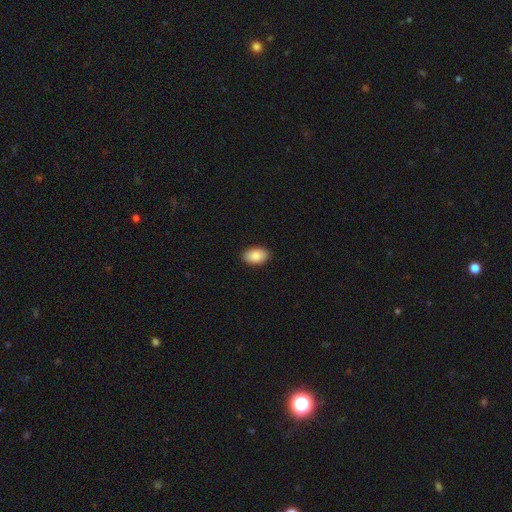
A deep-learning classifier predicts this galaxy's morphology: Smooth or featured? smooth (88%)
How rounded? in between (92%)
Merging? none (89%)